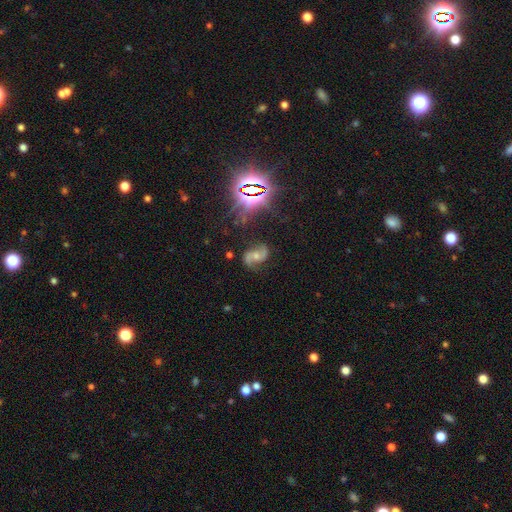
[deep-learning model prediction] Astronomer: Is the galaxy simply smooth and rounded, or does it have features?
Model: featured or disk — 76%.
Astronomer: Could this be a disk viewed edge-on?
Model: no — 97%.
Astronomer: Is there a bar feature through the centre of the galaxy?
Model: no — 61%.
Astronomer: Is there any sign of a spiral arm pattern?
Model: yes — 95%.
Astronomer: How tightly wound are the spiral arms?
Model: loose — 45% (runner-up: medium, 42%).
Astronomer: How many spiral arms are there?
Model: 2 — 91%.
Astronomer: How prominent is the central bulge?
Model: moderate — 54% (runner-up: small, 37%).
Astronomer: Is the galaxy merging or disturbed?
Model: none — 71%.